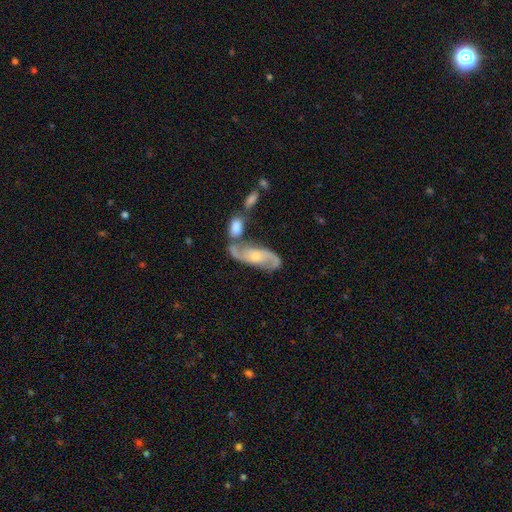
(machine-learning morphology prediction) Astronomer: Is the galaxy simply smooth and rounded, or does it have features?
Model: featured or disk — 82%.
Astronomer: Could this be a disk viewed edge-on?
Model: no — 92%.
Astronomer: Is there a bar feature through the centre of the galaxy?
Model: no — 58%.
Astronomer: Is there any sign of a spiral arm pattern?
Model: yes — 95%.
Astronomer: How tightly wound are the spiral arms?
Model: medium — 45% (runner-up: loose, 35%).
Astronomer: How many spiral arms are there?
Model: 2 — 88%.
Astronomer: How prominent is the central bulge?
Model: moderate — 52% (runner-up: small, 41%).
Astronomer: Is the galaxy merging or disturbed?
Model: none — 40% (runner-up: merger, 39%).